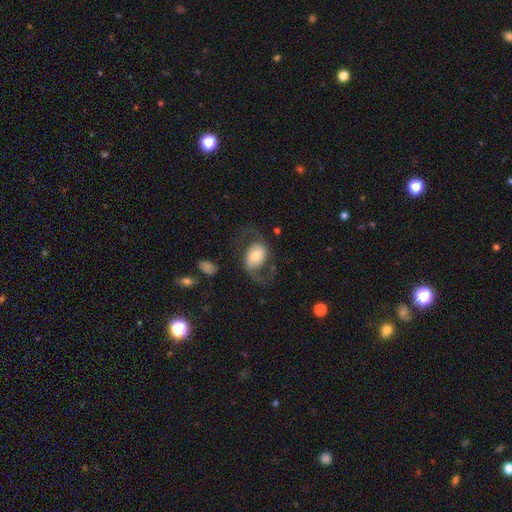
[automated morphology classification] smooth_or_featured: featured or disk (p=0.60) [alt: smooth p=0.33]
disk_edge_on: no (p=0.96) [alt: yes p=0.04]
bar: no (p=0.60) [alt: weak p=0.29]
has_spiral_arms: yes (p=0.82) [alt: no p=0.18]
bulge_size: moderate (p=0.59) [alt: small p=0.18]
merging: none (p=0.57) [alt: major disturbance p=0.24]